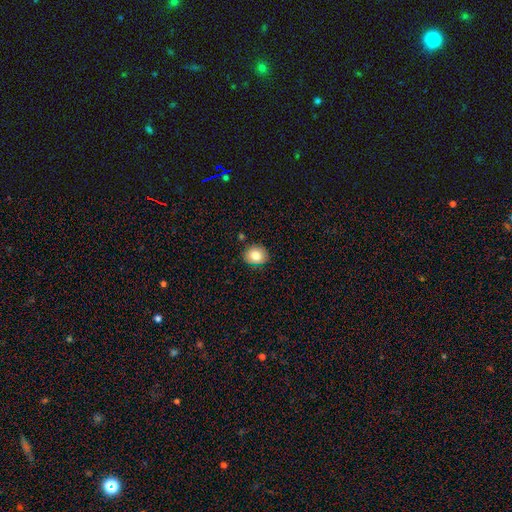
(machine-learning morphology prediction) smooth-or-featured: smooth: 79% | featured or disk: 11% | star or artifact: 10%
  how-rounded: round: 71% | in between: 28% | cigar-shaped: 1%
  merging: none: 85% | minor disturbance: 10% | merger: 3% | major disturbance: 2%